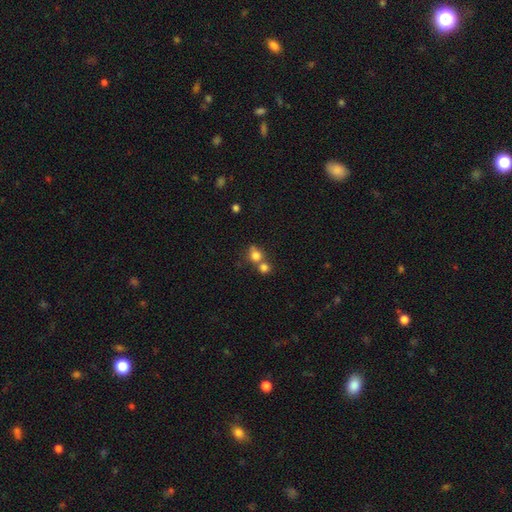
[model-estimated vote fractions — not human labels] The model was most divided on "merging": merger: 46%, none: 42%, minor disturbance: 8%, major disturbance: 4%. More confident: how rounded — round (79%); smooth or featured — smooth (78%).